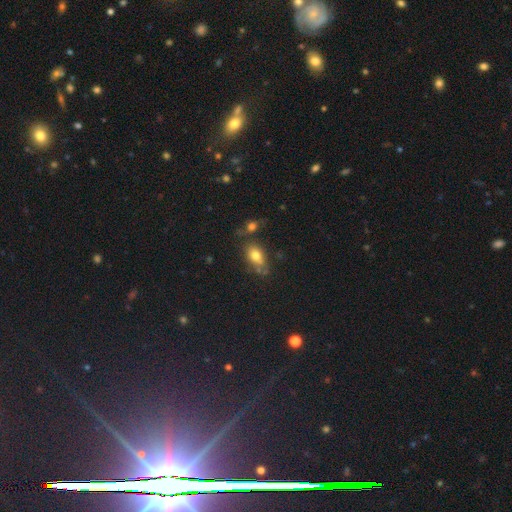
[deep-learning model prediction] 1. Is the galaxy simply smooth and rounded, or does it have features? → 76% smooth, 14% featured or disk, 10% star or artifact.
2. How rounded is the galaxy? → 82% in between, 15% round, 3% cigar-shaped.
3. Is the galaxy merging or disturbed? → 52% none, 21% minor disturbance, 17% merger, 9% major disturbance.